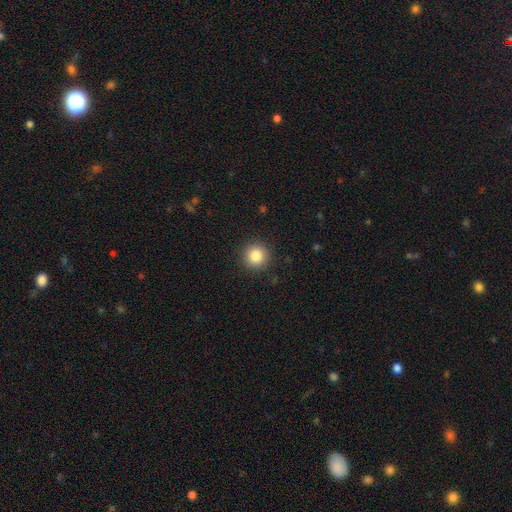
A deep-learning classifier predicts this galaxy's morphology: Overall: smooth (84%). How rounded: round (95%). Merging: none (91%).